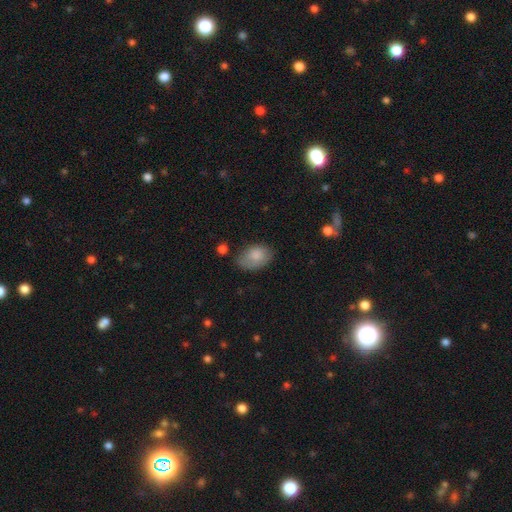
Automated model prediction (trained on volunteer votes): A smooth galaxy with no disk features (80%) that is in between round and cigar-shaped (87%). Merging: none (60%).